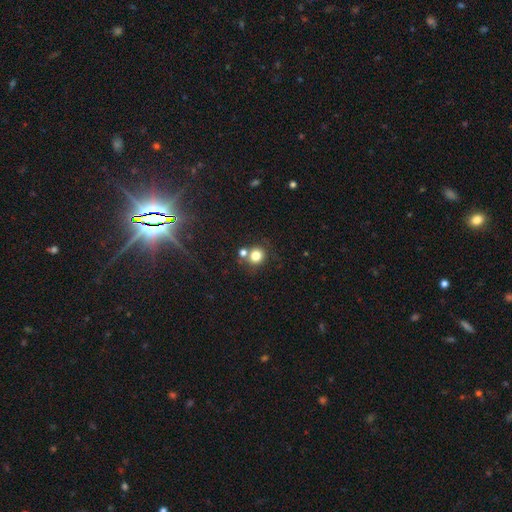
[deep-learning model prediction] Smooth or featured?
  - smooth: 79% *
  - star or artifact: 13%
  - featured or disk: 8%
How rounded?
  - round: 87% *
  - in between: 12%
  - cigar-shaped: 1%
Merging?
  - none: 65% *
  - merger: 20%
  - minor disturbance: 10%
  - major disturbance: 4%